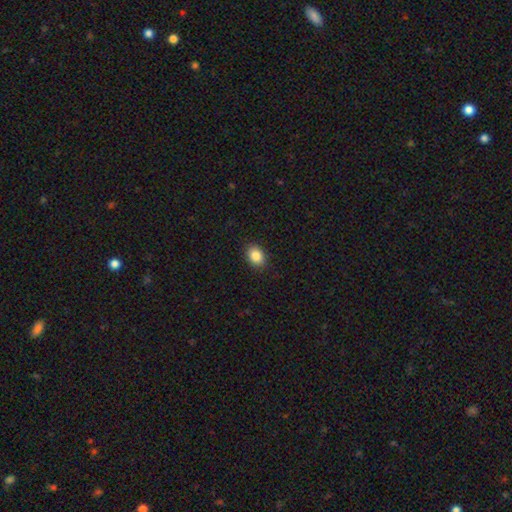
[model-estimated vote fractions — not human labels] The model was most divided on "how rounded": in between: 70%, round: 29%, cigar-shaped: 1%. More confident: merging — none (90%); smooth or featured — smooth (86%).